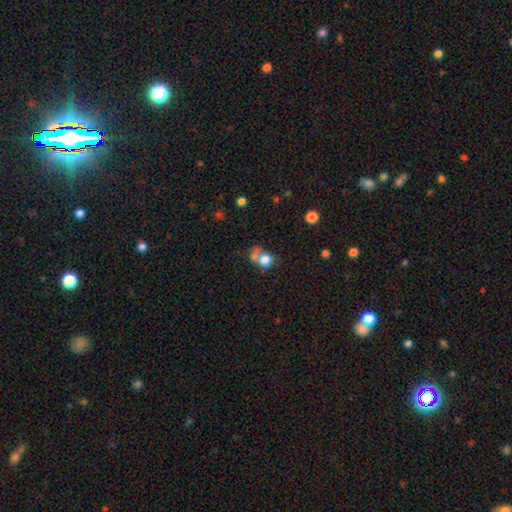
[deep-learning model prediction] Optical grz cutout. It shows a smooth galaxy with no disk features (71%) that is round (75%). Merging: merger (42%).